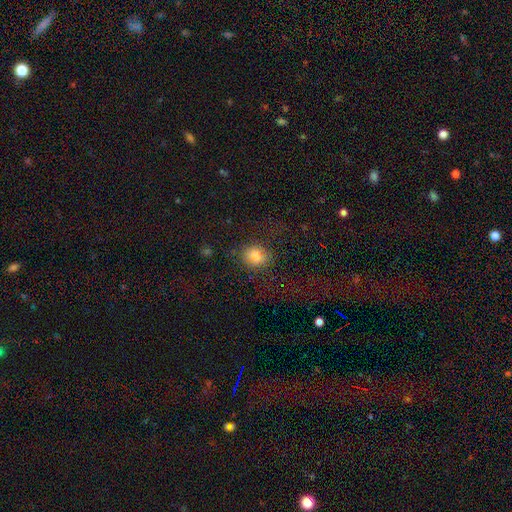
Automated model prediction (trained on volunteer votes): Smooth or featured? Predicted: smooth (p=0.81). How rounded? Predicted: round (p=0.60). Merging? Predicted: none (p=0.75).